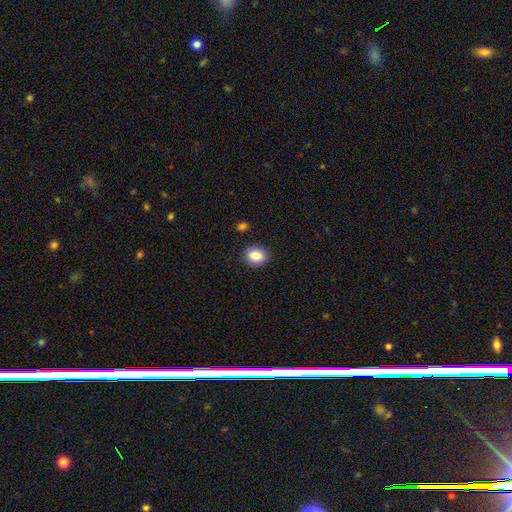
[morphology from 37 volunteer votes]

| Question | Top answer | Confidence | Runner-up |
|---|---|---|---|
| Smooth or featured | smooth | 95% | star or artifact (5%) |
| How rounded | round | 57% | in between (43%) |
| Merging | none | 89% | minor disturbance (6%) |